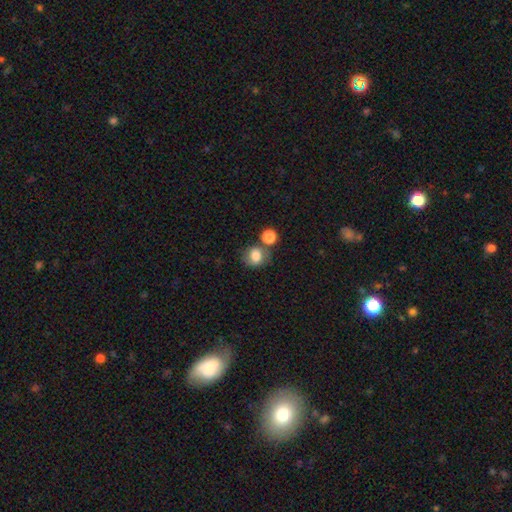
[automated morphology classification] smooth-or-featured: smooth: 77% | featured or disk: 13% | star or artifact: 10%
  how-rounded: round: 67% | in between: 32% | cigar-shaped: 1%
  merging: none: 54% | merger: 24% | minor disturbance: 16% | major disturbance: 7%